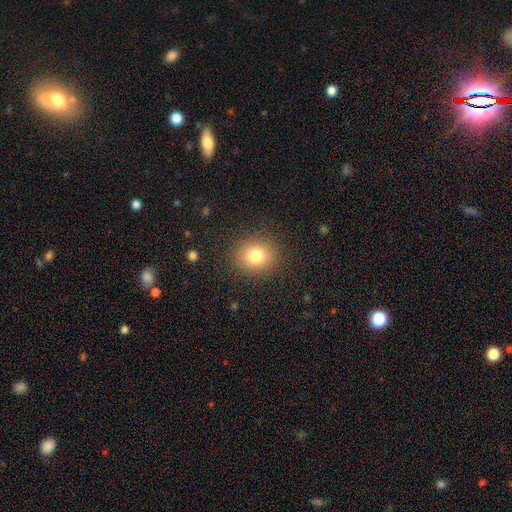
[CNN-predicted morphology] Q: Smooth or featured?
A: smooth (79%); runner-up: star or artifact (12%)
Q: How rounded?
A: round (75%); runner-up: in between (24%)
Q: Merging?
A: none (88%); runner-up: minor disturbance (8%)